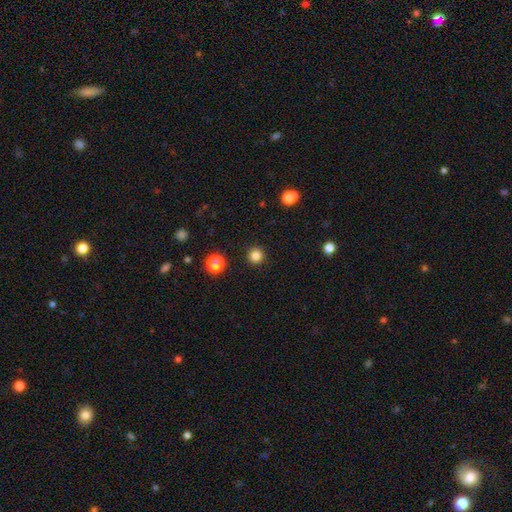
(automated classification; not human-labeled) smooth 83%, star or artifact 13%, featured or disk 4%. Down the decision tree: how rounded — round (96%); merging — none (93%).